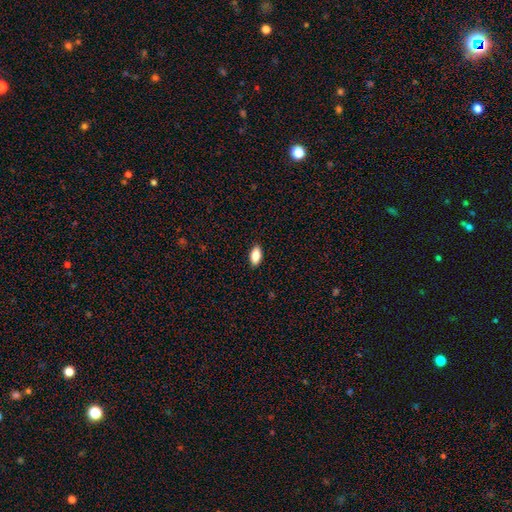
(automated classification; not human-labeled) Q: Smooth or featured?
A: smooth (86%); runner-up: featured or disk (7%)
Q: How rounded?
A: in between (92%); runner-up: cigar-shaped (5%)
Q: Merging?
A: none (90%); runner-up: minor disturbance (7%)